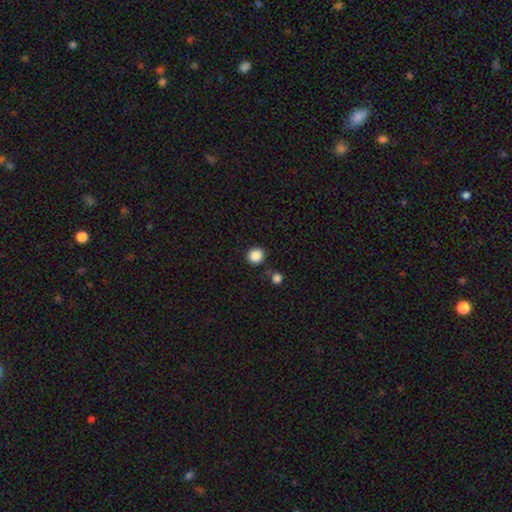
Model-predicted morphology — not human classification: Smooth or featured? smooth (87%)
How rounded? round (92%)
Merging? none (84%)